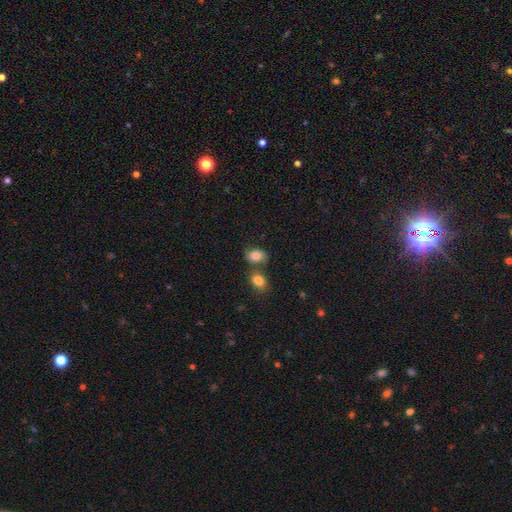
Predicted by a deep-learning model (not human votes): This appears to be a smooth galaxy with no disk features (83%) that is in between round and cigar-shaped (80%). Merging: none (54%).